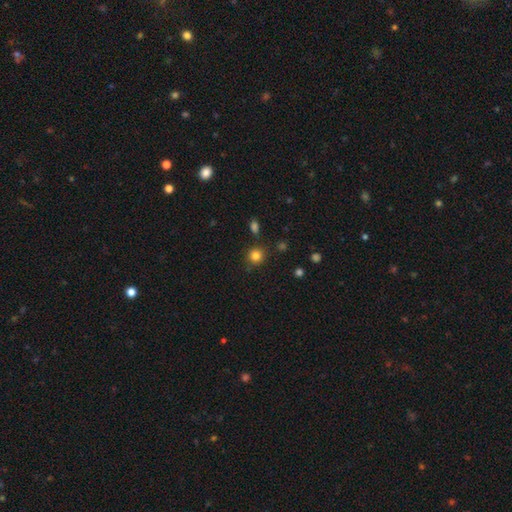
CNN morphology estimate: This is clearly a smooth galaxy (83%). How rounded: clearly round (90%). Merging: clearly none (86%).